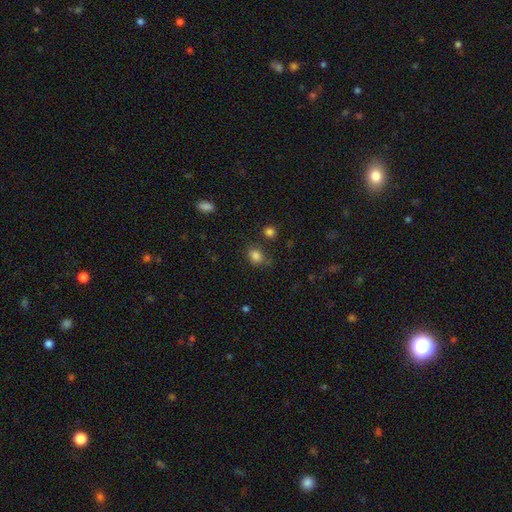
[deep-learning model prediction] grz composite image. It shows a smooth galaxy with no disk features (83%) that is in between round and cigar-shaped (52%). Merging: none (70%).